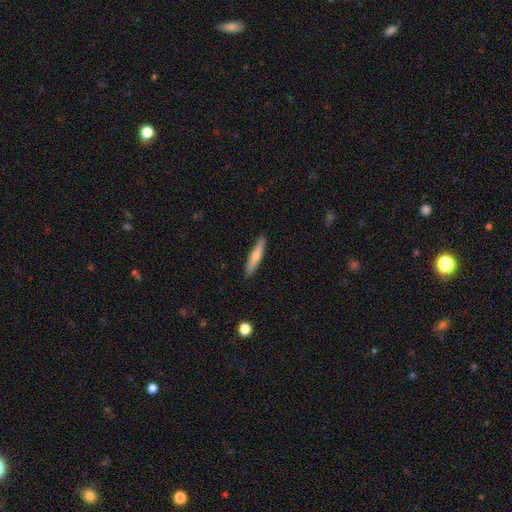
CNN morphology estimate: Overall: smooth (64%; featured or disk 30%). How rounded: cigar-shaped (89%). Merging: none (90%).